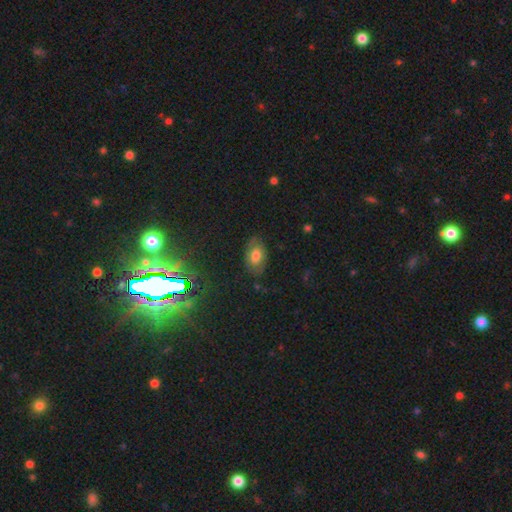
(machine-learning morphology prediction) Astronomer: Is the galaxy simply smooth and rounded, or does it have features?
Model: smooth — 52% (runner-up: featured or disk, 34%).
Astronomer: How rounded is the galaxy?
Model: in between — 91%.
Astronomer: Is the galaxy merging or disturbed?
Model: none — 77%.